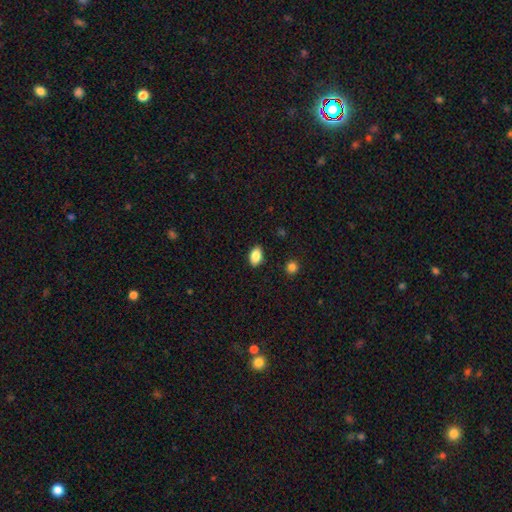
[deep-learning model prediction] The model was most divided on "how rounded": in between: 87%, round: 11%, cigar-shaped: 2%. More confident: merging — none (88%); smooth or featured — smooth (87%).